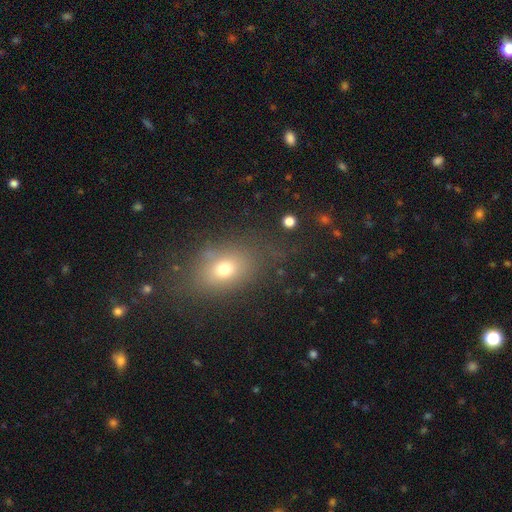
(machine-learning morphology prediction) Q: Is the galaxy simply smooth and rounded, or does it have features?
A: smooth — 63%.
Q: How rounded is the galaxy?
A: in between — 68%.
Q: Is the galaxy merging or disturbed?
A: none — 84%.